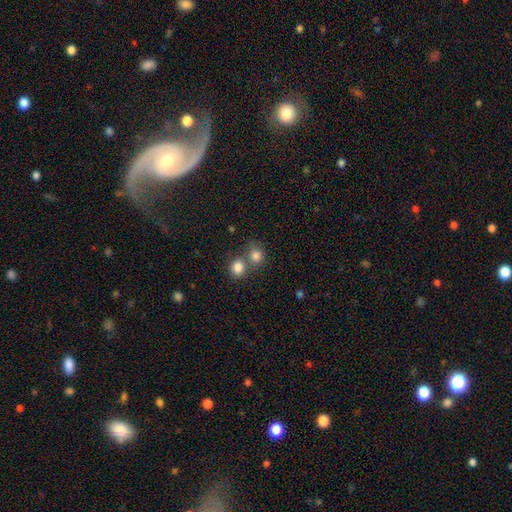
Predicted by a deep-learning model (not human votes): Smooth or featured? Predicted: smooth (p=0.81). How rounded? Predicted: round (p=0.75). Merging? Predicted: none (p=0.46).